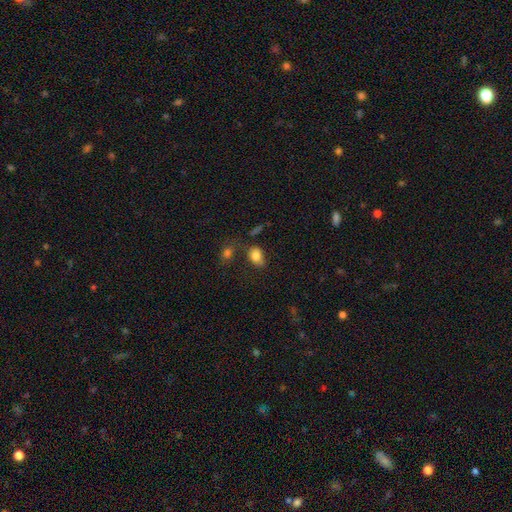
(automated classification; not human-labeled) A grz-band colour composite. It shows a smooth galaxy with no disk features (80%) that is in between round and cigar-shaped (73%). Merging: none (55%).